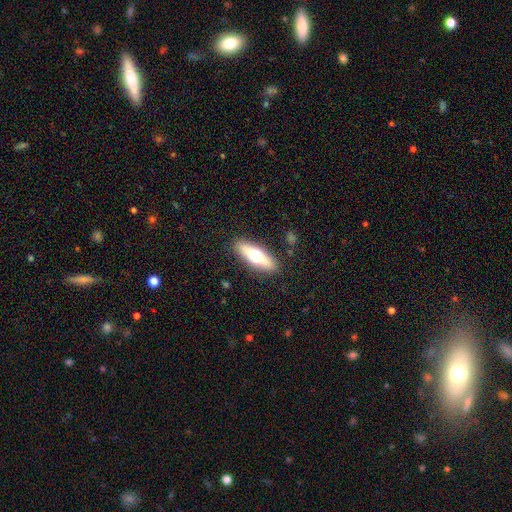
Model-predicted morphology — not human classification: type=smooth (56%); roundness=cigar-shaped (55%); merging=none (88%).